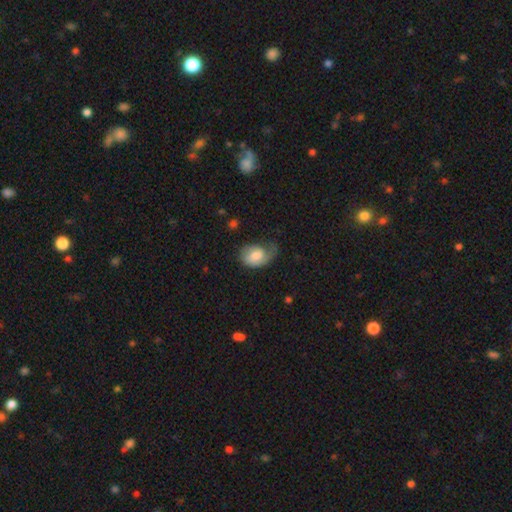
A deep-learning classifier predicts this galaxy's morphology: smooth-or-featured: smooth: 57% | featured or disk: 36% | star or artifact: 7%
  how-rounded: in between: 74% | round: 24% | cigar-shaped: 1%
  merging: minor disturbance: 33% (tied) | none: 33% (tied) | major disturbance: 32% | merger: 2%